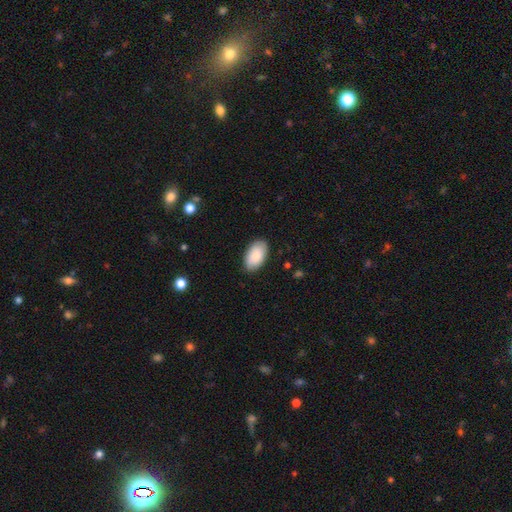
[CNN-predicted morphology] smooth-or-featured: smooth: 83% | featured or disk: 11% | star or artifact: 6%
  how-rounded: in between: 95% | round: 4% | cigar-shaped: 1%
  merging: none: 86% | minor disturbance: 11% | major disturbance: 2% | merger: 1%